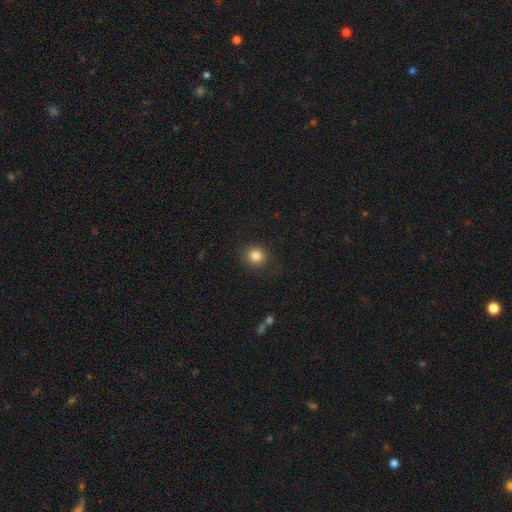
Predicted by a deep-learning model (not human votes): smooth_or_featured: smooth (p=0.85) [alt: star or artifact p=0.11]
how_rounded: round (p=0.88) [alt: in between p=0.11]
merging: none (p=0.87) [alt: minor disturbance p=0.09]